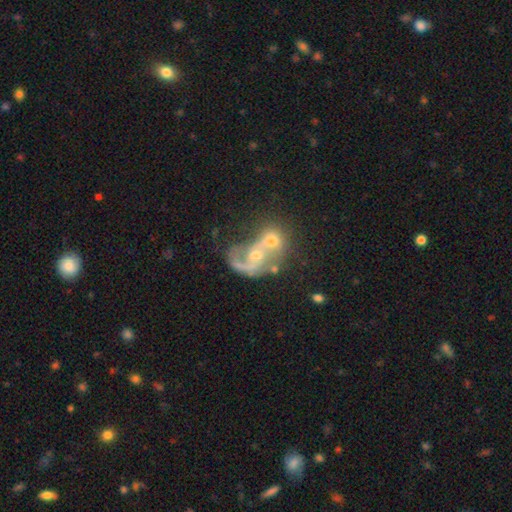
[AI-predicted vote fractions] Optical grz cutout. It shows a featured or disk galaxy (69%) with no bar (62%), 2 (64%) loose (58%) spiral arms (75%) and a moderate central bulge (51%). Merging: merger (65%).